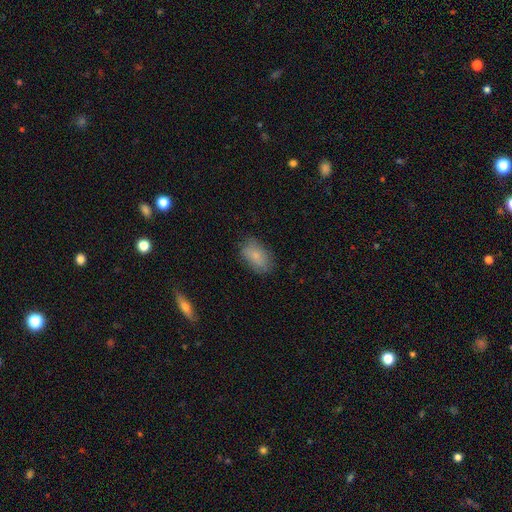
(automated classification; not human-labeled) A smooth galaxy with no disk features (79%) that is in between round and cigar-shaped (90%). Merging: none (76%).